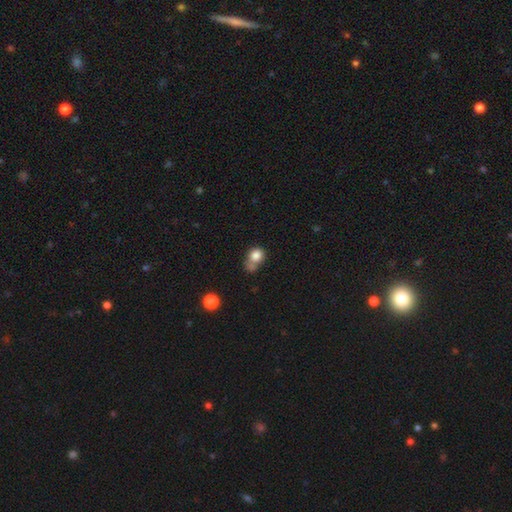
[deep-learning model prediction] smooth-or-featured: smooth: 80% | star or artifact: 10% | featured or disk: 10%
  how-rounded: round: 61% | in between: 38% | cigar-shaped: 1%
  merging: none: 36% | merger: 31% | minor disturbance: 20% | major disturbance: 12%